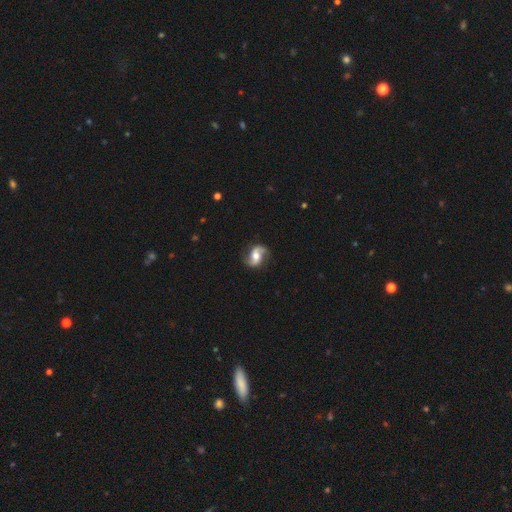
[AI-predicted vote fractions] Q: Smooth or featured?
A: featured or disk (76%); runner-up: smooth (17%)
Q: Edge-on disk?
A: no (96%); runner-up: yes (4%)
Q: Bar?
A: no (42%); runner-up: weak (36%)
Q: Spiral arms?
A: yes (93%); runner-up: no (7%)
Q: Spiral winding?
A: loose (60%); runner-up: medium (30%)
Q: Spiral arm count?
A: 2 (91%); runner-up: can't tell (3%)
Q: Bulge size?
A: moderate (64%); runner-up: small (17%)
Q: Merging?
A: none (78%); runner-up: minor disturbance (15%)